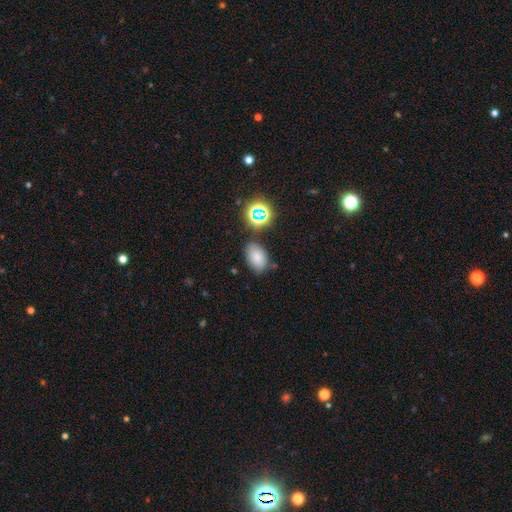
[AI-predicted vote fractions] Q: Smooth or featured?
A: smooth (78%); runner-up: star or artifact (14%)
Q: How rounded?
A: in between (86%); runner-up: round (12%)
Q: Merging?
A: none (75%); runner-up: minor disturbance (15%)